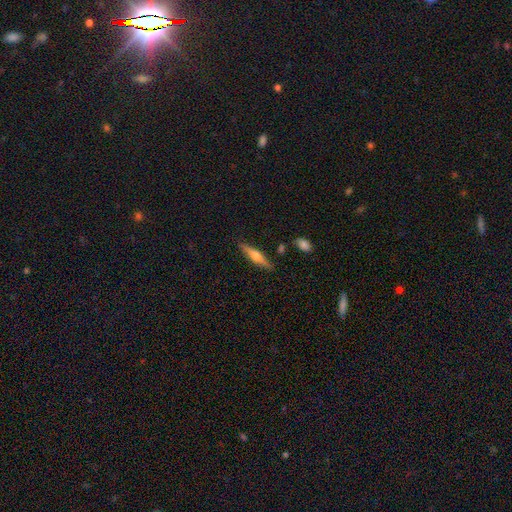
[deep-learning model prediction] Smooth or featured? Predicted: featured or disk (p=0.52). Edge-on disk? Predicted: yes (p=0.95). Merging? Predicted: none (p=0.85).